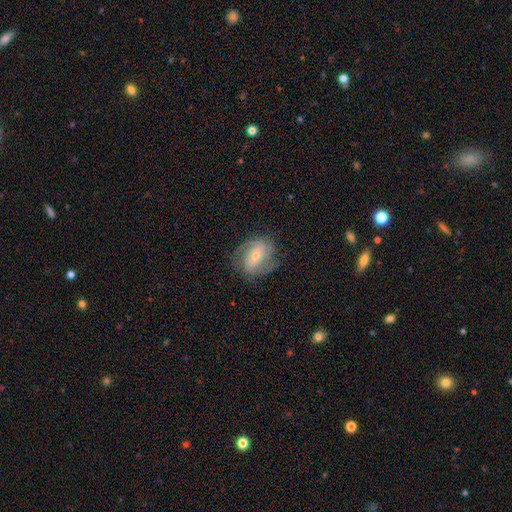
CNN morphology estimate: A featured or disk galaxy (68%) with a weak bar (39%), 2 (72%) medium (44%) spiral arms (83%) and a small central bulge (51%). Merging: none (67%).